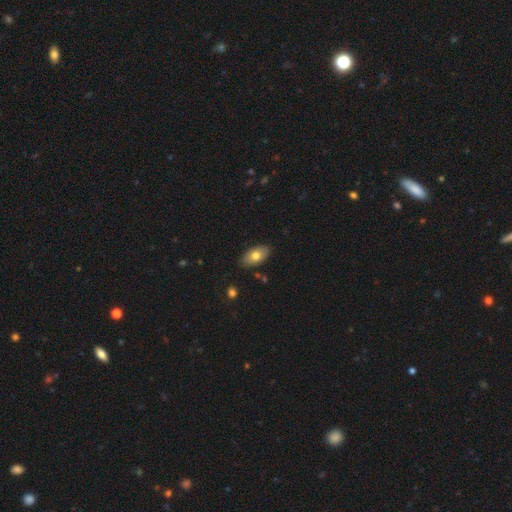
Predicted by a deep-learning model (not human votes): smooth 73%, featured or disk 20%, star or artifact 7%. Down the decision tree: how rounded — in between (93%); merging — none (84%).